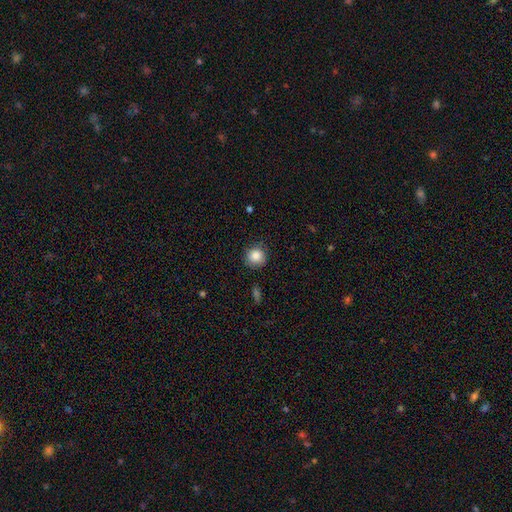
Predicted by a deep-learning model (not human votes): This appears to be a smooth galaxy with no disk features (86%) that is round (90%). Merging: none (82%).